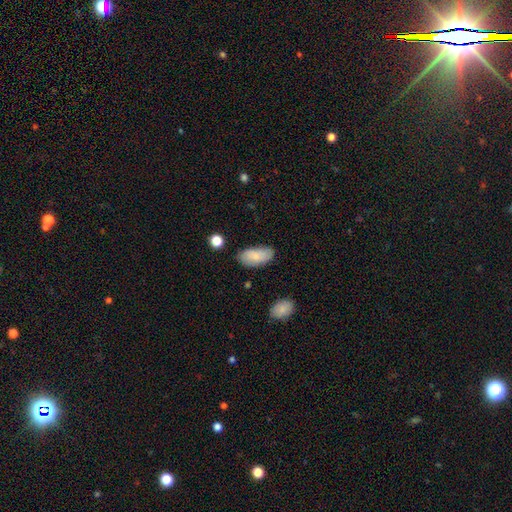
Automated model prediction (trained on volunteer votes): Overall: smooth (81%). How rounded: in between (93%). Merging: none (79%).